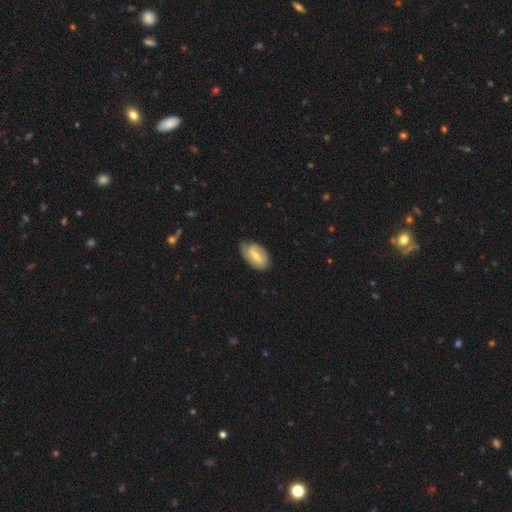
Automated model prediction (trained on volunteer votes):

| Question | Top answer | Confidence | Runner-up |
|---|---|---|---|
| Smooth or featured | featured or disk | 50% | smooth (44%) |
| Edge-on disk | no | 93% | yes (7%) |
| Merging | none | 64% | minor disturbance (28%) |